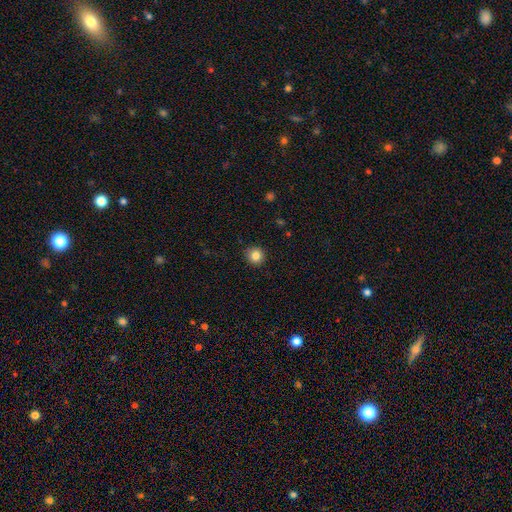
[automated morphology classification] Smooth or featured: smooth — 84% (star or artifact — 11%)
How rounded: round — 93% (in between — 6%)
Merging: none — 91% (minor disturbance — 6%)